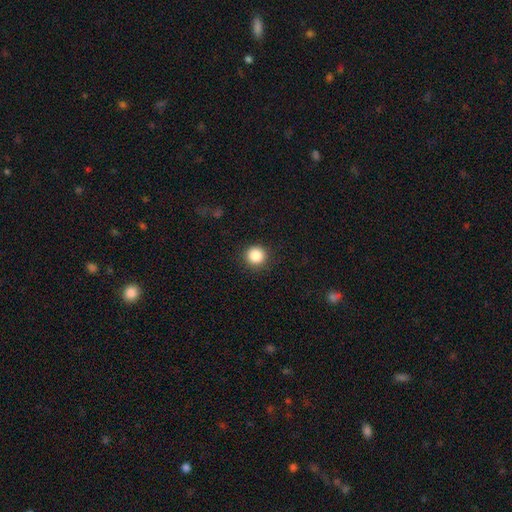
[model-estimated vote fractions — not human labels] smooth 86%, star or artifact 10%, featured or disk 4%. Down the decision tree: how rounded — round (94%); merging — none (91%).